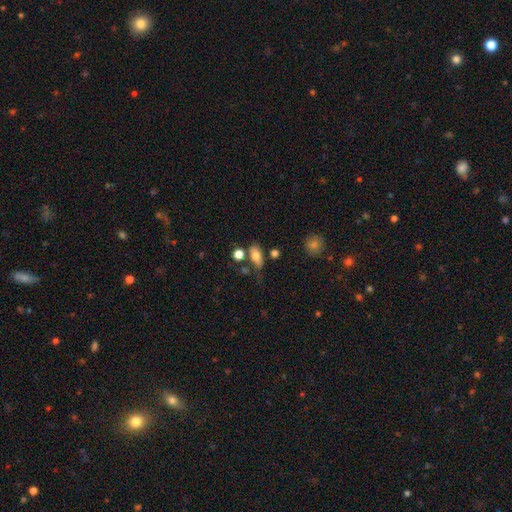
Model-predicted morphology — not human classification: A smooth galaxy with no disk features (76%) that is in between round and cigar-shaped (82%).

Vote fractions:
- Smooth or featured? smooth: 76% / featured or disk: 15% / star or artifact: 9%
- How rounded? in between: 82% / cigar-shaped: 11% / round: 8%
- Merging? none: 56% / minor disturbance: 22% / merger: 13% / major disturbance: 9%